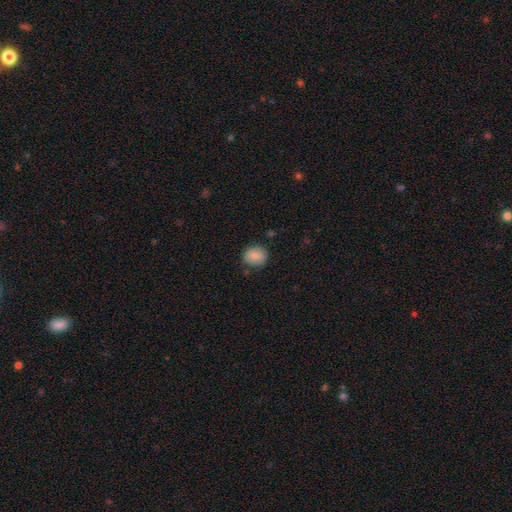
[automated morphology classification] Smooth or featured? Predicted: smooth (p=0.82). How rounded? Predicted: round (p=0.70). Merging? Predicted: none (p=0.81).